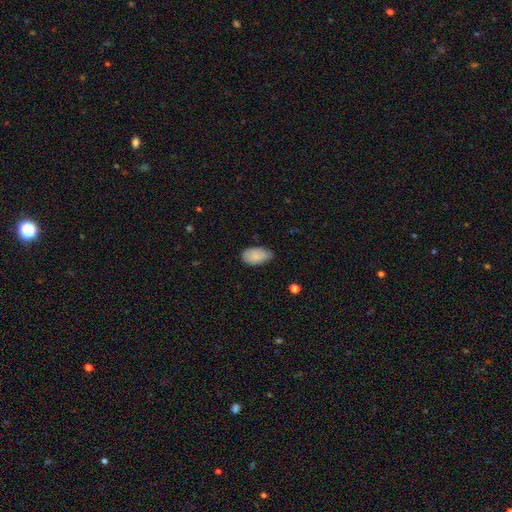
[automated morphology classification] Overall: smooth (88%). How rounded: in between (94%). Merging: none (65%; minor disturbance 29%).